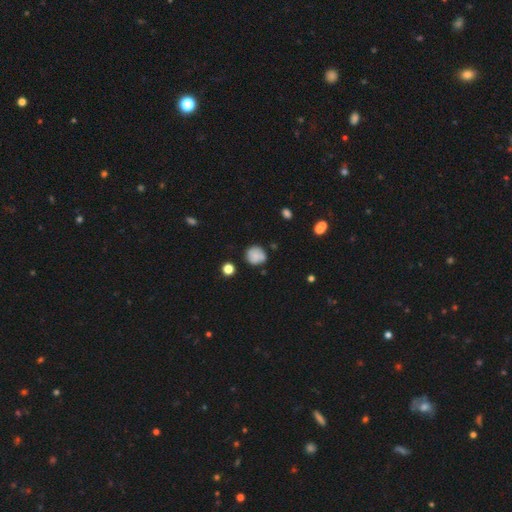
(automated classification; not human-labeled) The model was most divided on "merging": none: 69%, minor disturbance: 22%, major disturbance: 5%, merger: 5%. More confident: how rounded — round (85%); smooth or featured — smooth (78%).